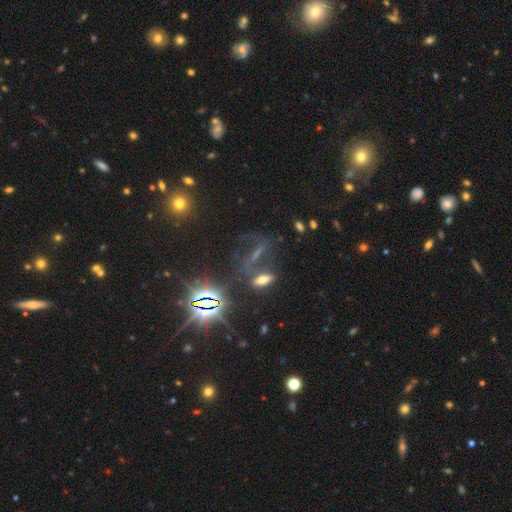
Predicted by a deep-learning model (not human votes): smooth_or_featured: star or artifact (p=0.48) [alt: featured or disk p=0.30]